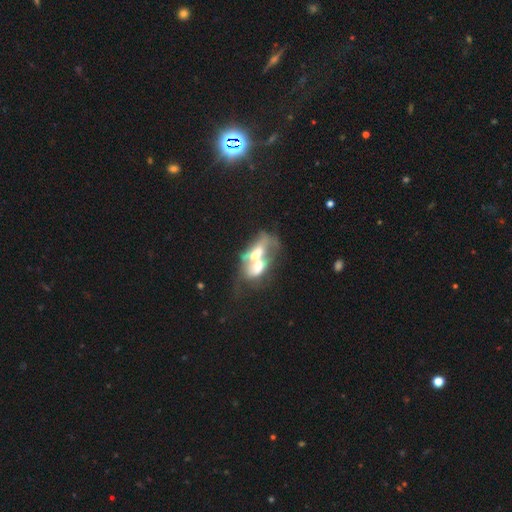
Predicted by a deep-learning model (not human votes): Smooth or featured? Predicted: featured or disk (p=0.58). Edge-on disk? Predicted: no (p=0.88). Bar? Predicted: no (p=0.78). Spiral arms? Predicted: no (p=0.80). Bulge size? Predicted: moderate (p=0.47). Merging? Predicted: merger (p=0.73).